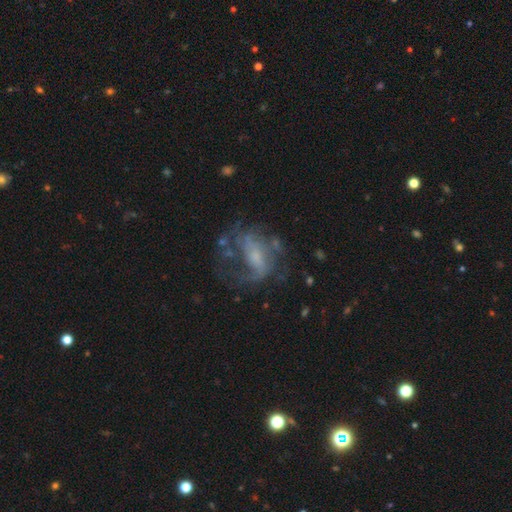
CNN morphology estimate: Smooth or featured?
  - featured or disk: 73% *
  - smooth: 16%
  - star or artifact: 11%
Edge-on disk?
  - no: 97% *
  - yes: 3%
Bar?
  - no: 42% *
  - weak: 41%
  - strong: 17%
Spiral arms?
  - yes: 76% *
  - no: 24%
Spiral winding?
  - medium: 43% *
  - loose: 39%
  - tight: 18%
Spiral arm count?
  - 2: 42% *
  - can't tell: 25%
  - 1: 15%
  - 3: 10%
  - 4: 4%
  - more than 4: 3%
Bulge size?
  - small: 38% *
  - moderate: 29%
  - none: 25%
  - large: 7%
  - dominant: 2%
Merging?
  - none: 44% *
  - major disturbance: 33%
  - minor disturbance: 18%
  - merger: 5%